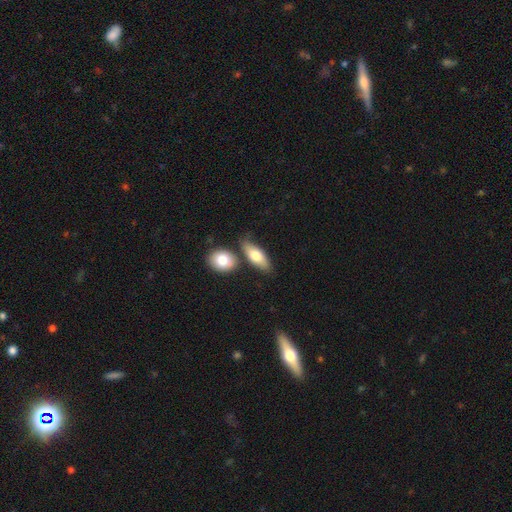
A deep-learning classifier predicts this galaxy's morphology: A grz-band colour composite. It shows a smooth galaxy with no disk features (72%) that is in between round and cigar-shaped (78%). Merging: none (64%).